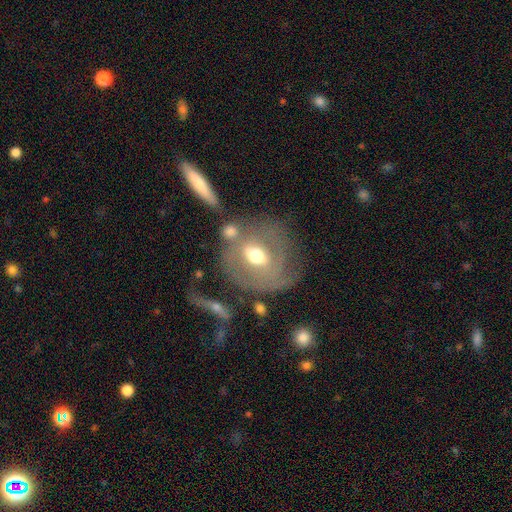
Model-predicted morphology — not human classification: A featured or disk galaxy (59%) with a weak bar (42%), no spiral arms (54%) and a moderate central bulge (72%). Merging: none (54%).